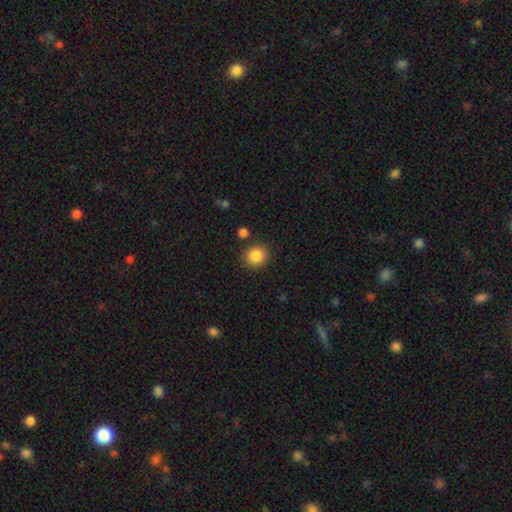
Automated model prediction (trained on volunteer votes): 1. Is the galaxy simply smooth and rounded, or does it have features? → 87% smooth, 9% star or artifact, 4% featured or disk.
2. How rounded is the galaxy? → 82% round, 17% in between, 1% cigar-shaped.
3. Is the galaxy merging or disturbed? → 86% none, 8% minor disturbance, 3% merger, 3% major disturbance.